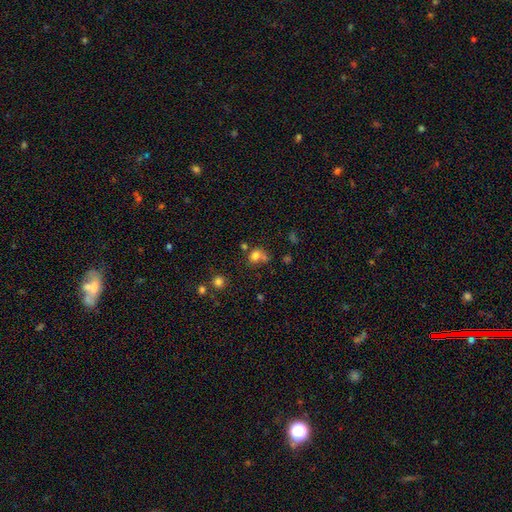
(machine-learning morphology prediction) Q: Smooth or featured?
A: smooth (74%); runner-up: star or artifact (15%)
Q: How rounded?
A: round (65%); runner-up: in between (34%)
Q: Merging?
A: none (43%); runner-up: merger (36%)